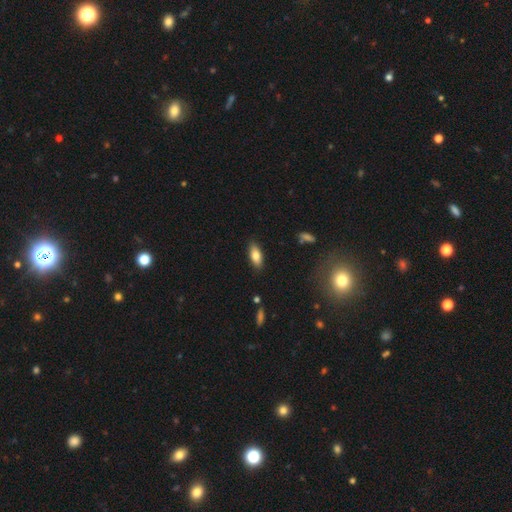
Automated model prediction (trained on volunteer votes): This is likely a smooth galaxy (79%). How rounded: clearly in between (82%). Merging: clearly none (86%).